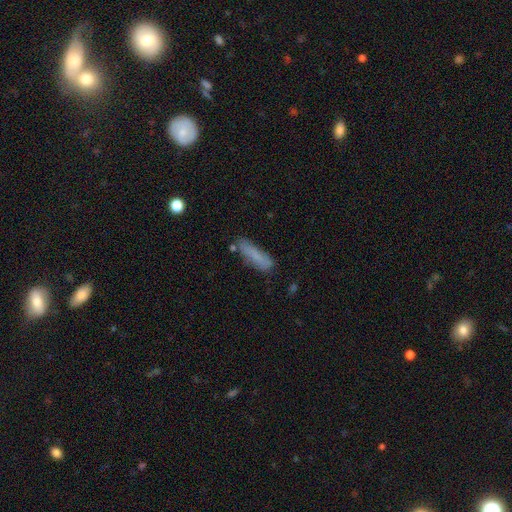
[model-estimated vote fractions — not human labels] Overall: smooth (75%). How rounded: cigar-shaped (68%; in between 30%). Merging: none (69%).